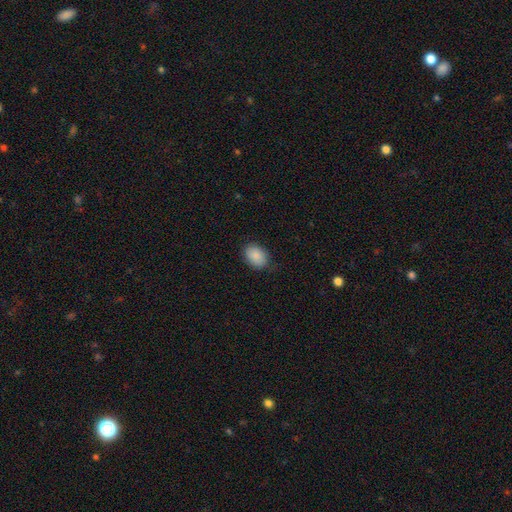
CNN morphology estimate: This appears to be a smooth galaxy with no disk features (89%) that is in between round and cigar-shaped (79%). Merging: none (80%).